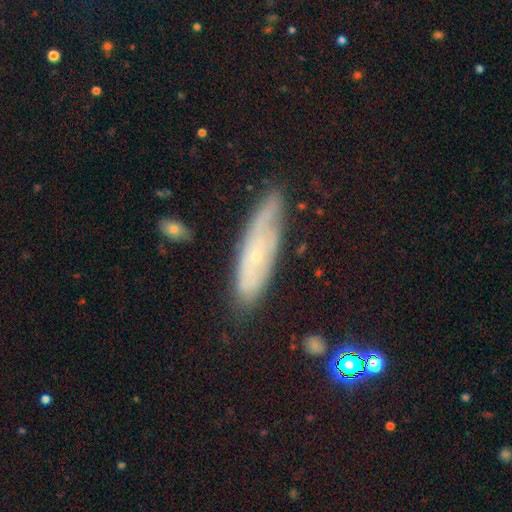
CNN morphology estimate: smooth_or_featured: featured or disk (p=0.56) [alt: smooth p=0.35]
disk_edge_on: no (p=0.70) [alt: yes p=0.30]
merging: none (p=0.71) [alt: minor disturbance p=0.21]